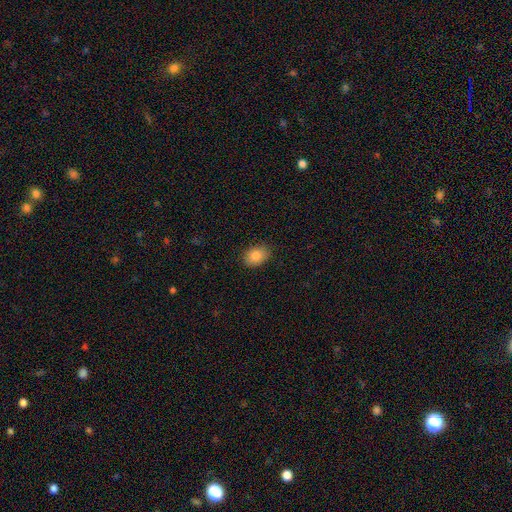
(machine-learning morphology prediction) Overall: smooth (85%). How rounded: in between (78%). Merging: none (87%).